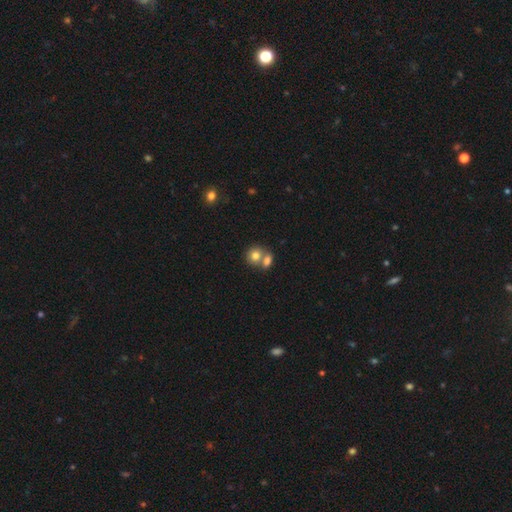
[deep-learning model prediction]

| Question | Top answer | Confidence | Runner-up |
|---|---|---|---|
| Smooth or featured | smooth | 79% | featured or disk (12%) |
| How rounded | round | 71% | in between (28%) |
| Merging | merger | 54% | none (36%) |